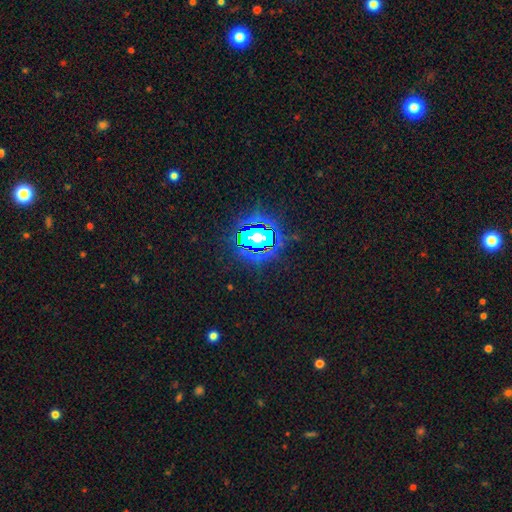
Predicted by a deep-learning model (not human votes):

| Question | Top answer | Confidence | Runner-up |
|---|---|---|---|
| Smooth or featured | star or artifact | 84% | smooth (9%) |